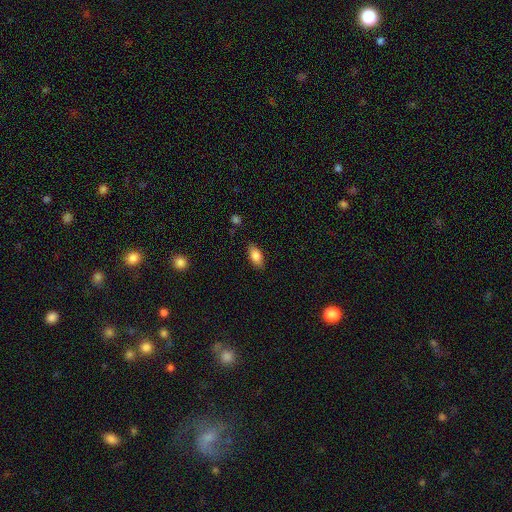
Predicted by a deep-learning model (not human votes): smooth_or_featured: smooth (p=0.84) [alt: featured or disk p=0.08]
how_rounded: in between (p=0.90) [alt: cigar-shaped p=0.06]
merging: none (p=0.85) [alt: minor disturbance p=0.11]